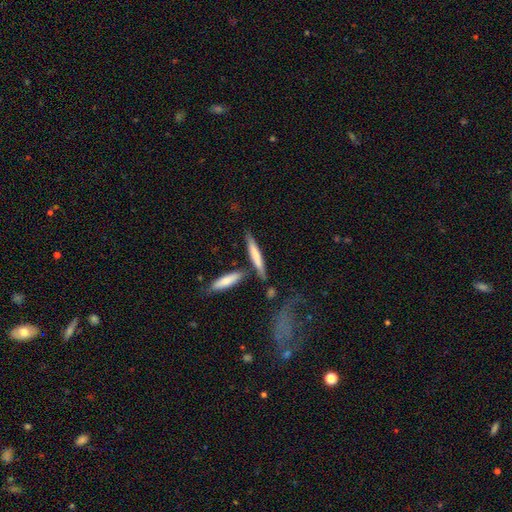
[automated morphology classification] smooth-or-featured: smooth: 65% | featured or disk: 29% | star or artifact: 6%
  how-rounded: cigar-shaped: 90% | in between: 8% | round: 2%
  merging: none: 68% | merger: 15% | minor disturbance: 13% | major disturbance: 4%